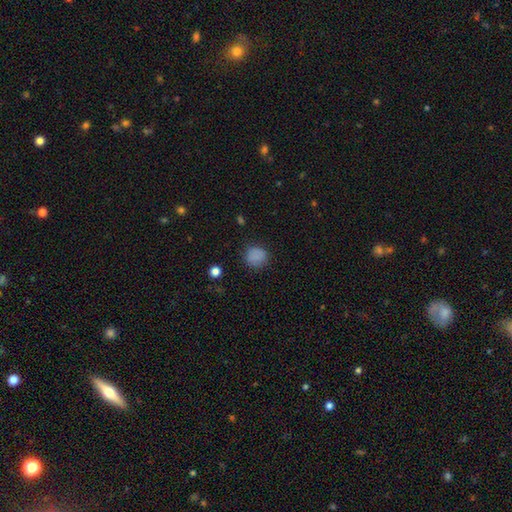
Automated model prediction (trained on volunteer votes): A smooth galaxy with no disk features (83%) that is round (86%).

Vote fractions:
- Smooth or featured? smooth: 83% / star or artifact: 12% / featured or disk: 5%
- How rounded? round: 86% / in between: 14% / cigar-shaped: 1%
- Merging? none: 82% / minor disturbance: 12% / major disturbance: 4% / merger: 1%